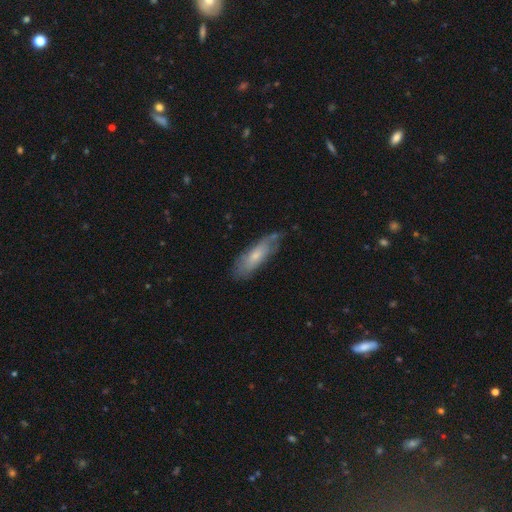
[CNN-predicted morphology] Smooth or featured? smooth (59%)
How rounded? in between (56%)
Merging? none (59%)